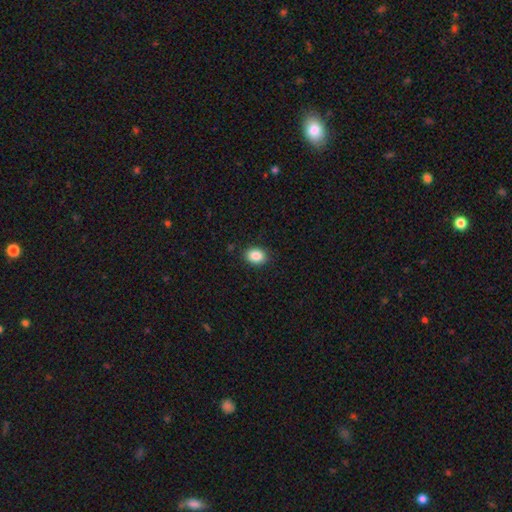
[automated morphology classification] This appears to be a smooth galaxy with no disk features (87%) that is in between round and cigar-shaped (67%). Merging: none (88%).